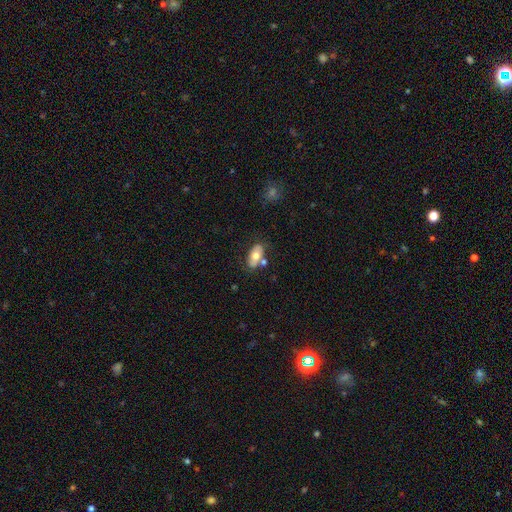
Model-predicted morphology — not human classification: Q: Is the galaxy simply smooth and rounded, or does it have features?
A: smooth — 65%.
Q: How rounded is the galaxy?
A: in between — 91%.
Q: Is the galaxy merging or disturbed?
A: none — 66%.